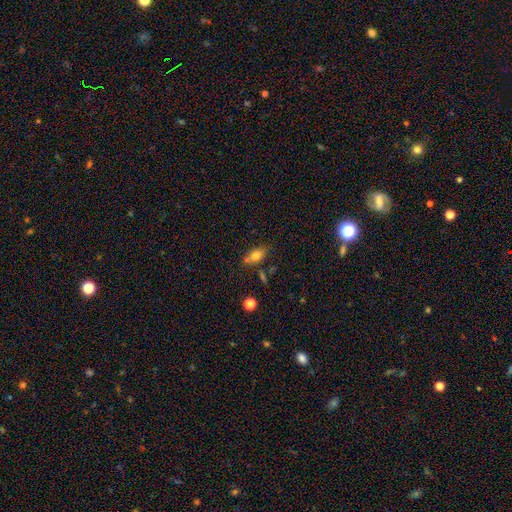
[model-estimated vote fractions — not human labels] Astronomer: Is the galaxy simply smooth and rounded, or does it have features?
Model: smooth — 76%.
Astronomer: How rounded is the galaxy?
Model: in between — 80%.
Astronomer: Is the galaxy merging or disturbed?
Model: none — 60%.